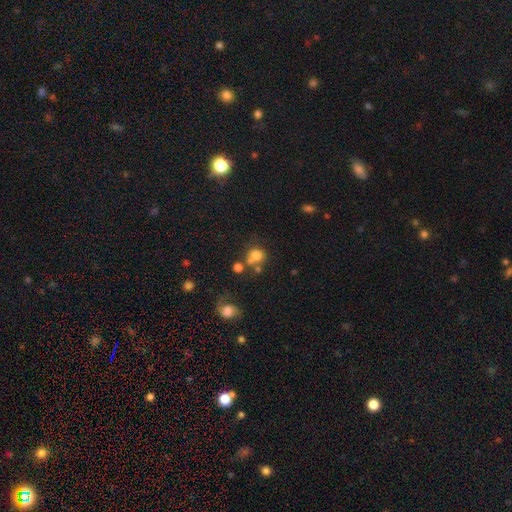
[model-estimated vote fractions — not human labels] Smooth or featured: smooth — 74% (star or artifact — 13%)
How rounded: round — 84% (in between — 15%)
Merging: none — 53% (merger — 28%)